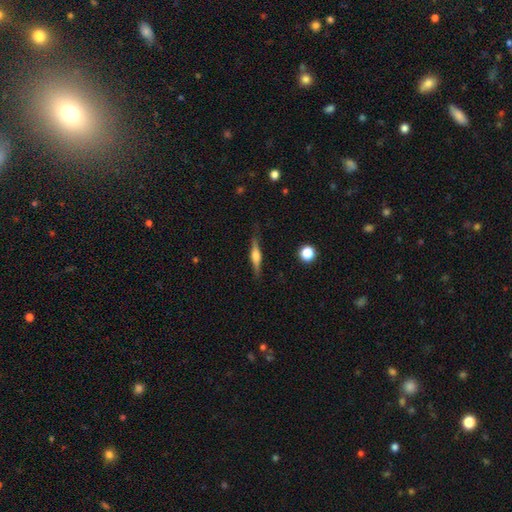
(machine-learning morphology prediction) Smooth or featured: featured or disk — 63% (smooth — 30%)
Edge-on disk: yes — 96% (no — 4%)
Edge-on bulge: rounded — 81% (boxy — 15%)
Merging: none — 84% (minor disturbance — 12%)